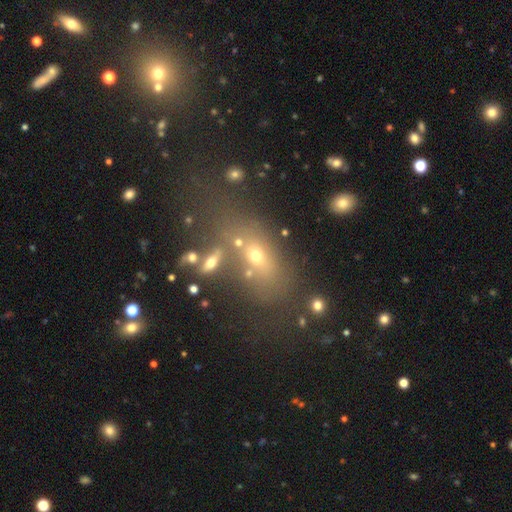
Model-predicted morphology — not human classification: The model was most divided on "merging": none: 50%, merger: 23%, minor disturbance: 15%, major disturbance: 11%. More confident: how rounded — in between (72%); smooth or featured — smooth (58%).